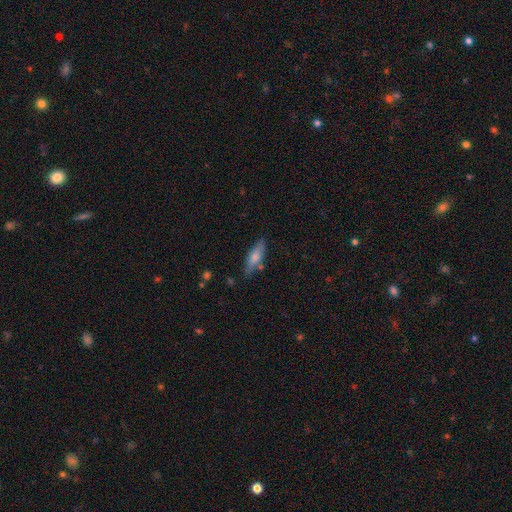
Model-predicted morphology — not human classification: Smooth or featured? smooth (62%)
How rounded? cigar-shaped (59%)
Merging? none (77%)